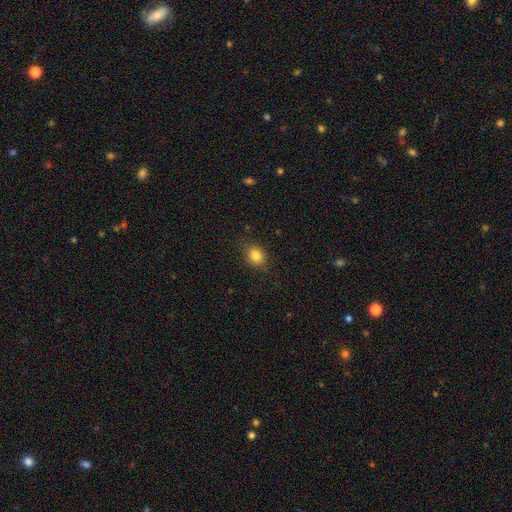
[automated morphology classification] A smooth galaxy with no disk features (82%) that is round (61%).

Vote fractions:
- Smooth or featured? smooth: 82% / star or artifact: 11% / featured or disk: 7%
- How rounded? round: 61% / in between: 38% / cigar-shaped: 1%
- Merging? none: 83% / minor disturbance: 13% / major disturbance: 3% / merger: 1%